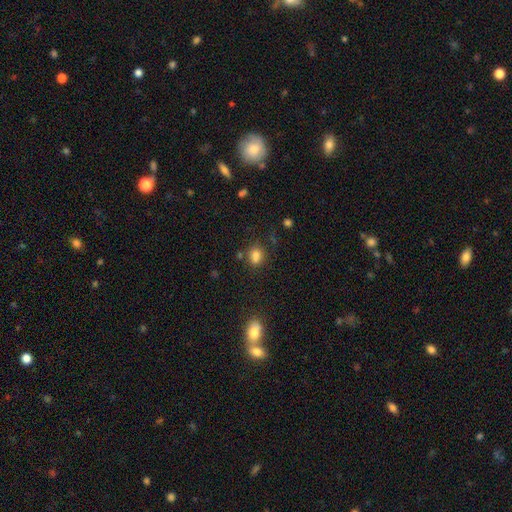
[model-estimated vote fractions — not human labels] A smooth galaxy with no disk features (79%) that is round (54%).

Vote fractions:
- Smooth or featured? smooth: 79% / star or artifact: 14% / featured or disk: 7%
- How rounded? round: 54% / in between: 45% / cigar-shaped: 1%
- Merging? none: 65% / minor disturbance: 15% / merger: 15% / major disturbance: 5%